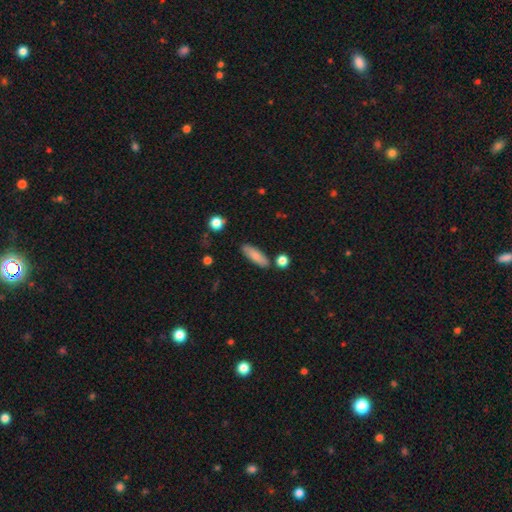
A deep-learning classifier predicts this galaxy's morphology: Smooth or featured? Predicted: smooth (p=0.82). How rounded? Predicted: in between (p=0.51). Merging? Predicted: none (p=0.82).